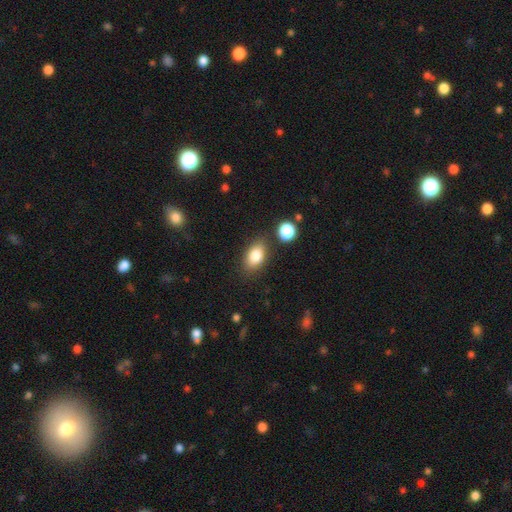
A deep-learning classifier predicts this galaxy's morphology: Overall: smooth (82%). How rounded: in between (85%). Merging: none (79%).